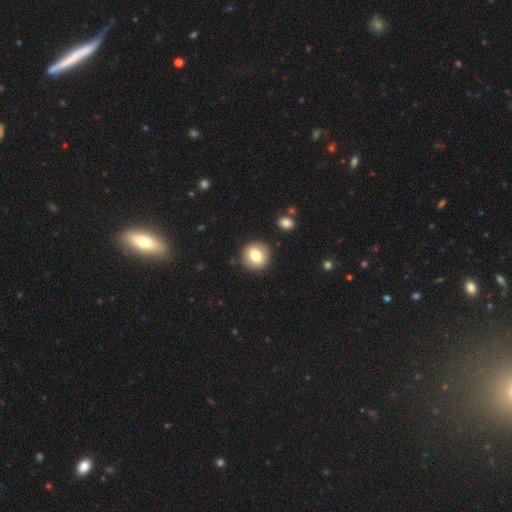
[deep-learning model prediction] Smooth or featured: smooth — 75% (featured or disk — 16%)
How rounded: round — 91% (in between — 8%)
Merging: none — 90% (minor disturbance — 6%)